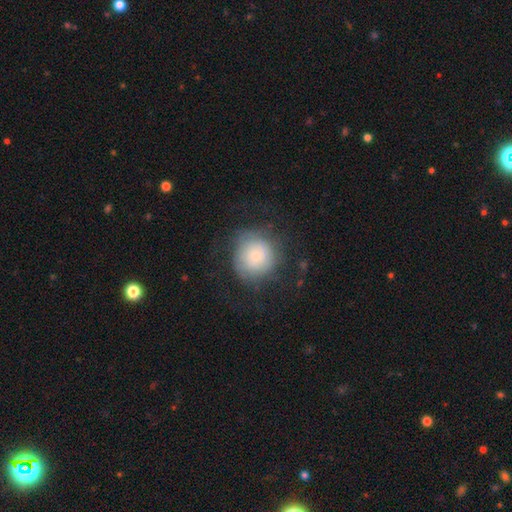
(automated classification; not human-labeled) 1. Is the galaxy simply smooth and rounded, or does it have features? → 61% smooth, 30% featured or disk, 9% star or artifact.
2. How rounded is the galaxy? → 89% round, 10% in between, 1% cigar-shaped.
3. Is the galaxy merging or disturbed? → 62% none, 21% minor disturbance, 15% major disturbance, 1% merger.